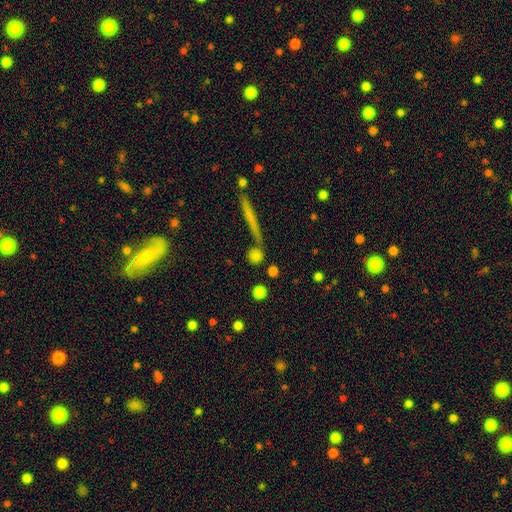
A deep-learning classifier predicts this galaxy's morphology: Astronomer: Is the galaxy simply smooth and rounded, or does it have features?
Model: smooth — 80%.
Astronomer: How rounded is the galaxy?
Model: round — 88%.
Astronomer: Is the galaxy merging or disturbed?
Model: none — 79%.